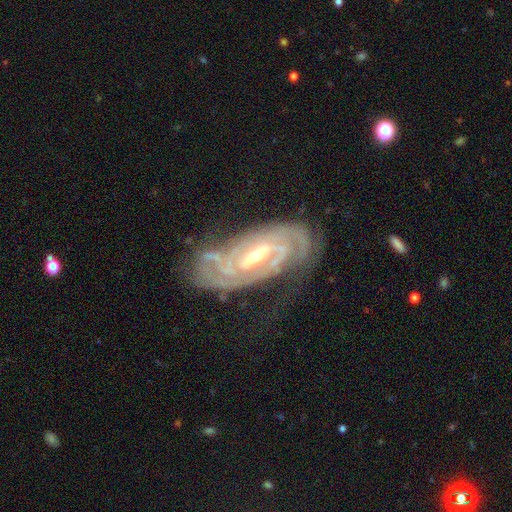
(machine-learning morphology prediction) This appears to be a featured or disk galaxy (90%) with a weak bar (44%), 2 (34%) tight (74%) spiral arms (97%) and a moderate central bulge (49%). Merging: none (70%).